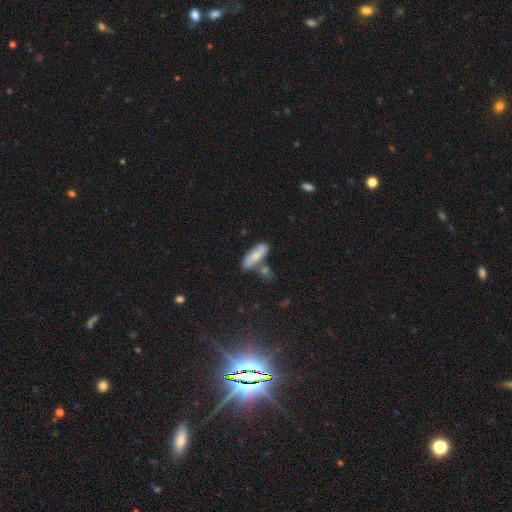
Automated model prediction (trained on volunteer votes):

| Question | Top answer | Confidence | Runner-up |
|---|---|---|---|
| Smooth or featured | smooth | 73% | featured or disk (21%) |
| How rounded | in between | 54% | cigar-shaped (43%) |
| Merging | none | 62% | merger (18%) |